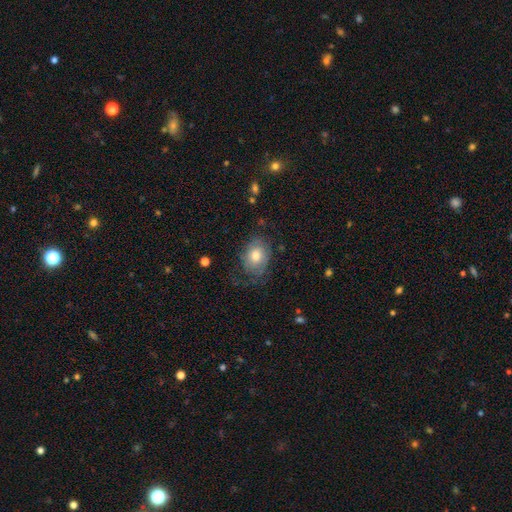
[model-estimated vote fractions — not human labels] Smooth or featured?
  - smooth: 57% *
  - featured or disk: 34%
  - star or artifact: 9%
How rounded?
  - in between: 64% *
  - round: 35%
  - cigar-shaped: 1%
Merging?
  - none: 57% *
  - minor disturbance: 25%
  - major disturbance: 17%
  - merger: 2%